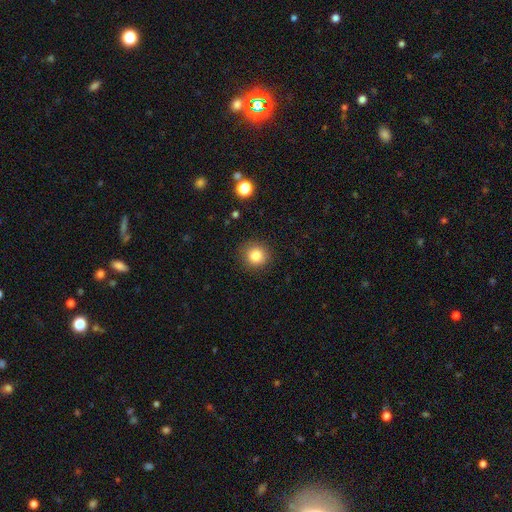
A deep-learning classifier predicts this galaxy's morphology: smooth 83%, star or artifact 11%, featured or disk 6%. Down the decision tree: how rounded — round (91%); merging — none (89%).